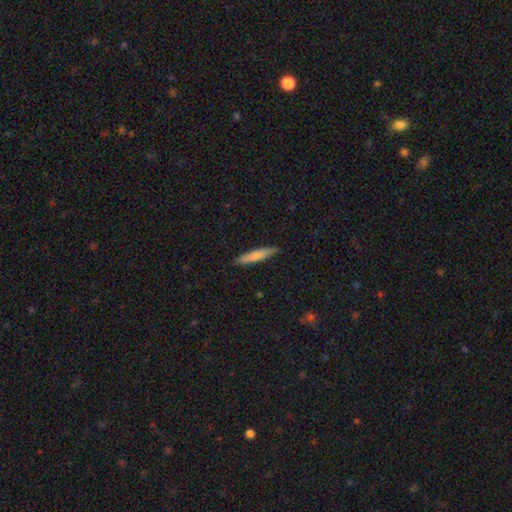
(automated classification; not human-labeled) Smooth or featured: smooth — 76% (featured or disk — 18%)
How rounded: cigar-shaped — 87% (in between — 11%)
Merging: none — 88% (minor disturbance — 9%)